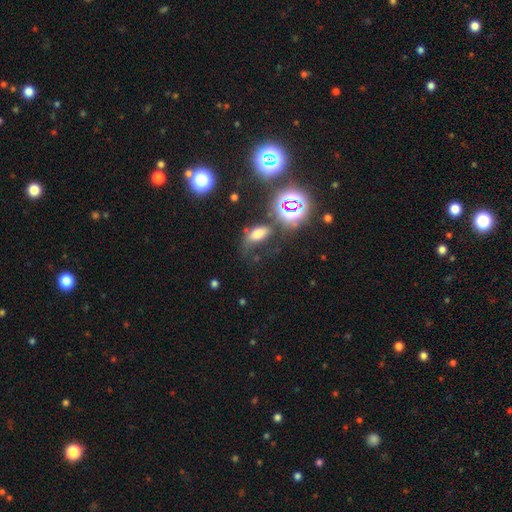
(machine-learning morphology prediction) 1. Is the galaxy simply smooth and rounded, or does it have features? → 49% star or artifact, 26% smooth, 25% featured or disk.